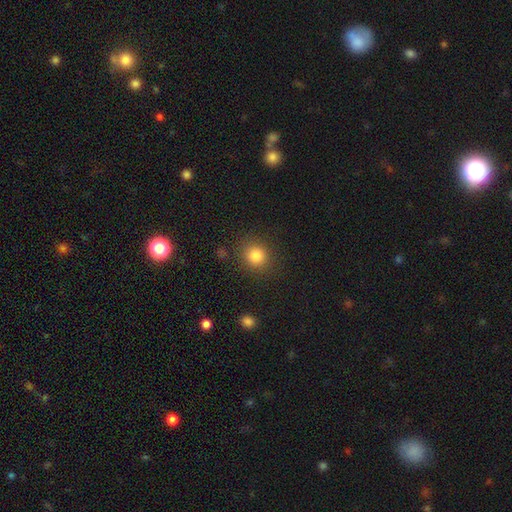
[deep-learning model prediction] This appears to be a smooth galaxy with no disk features (83%) that is round (84%). Merging: none (86%).